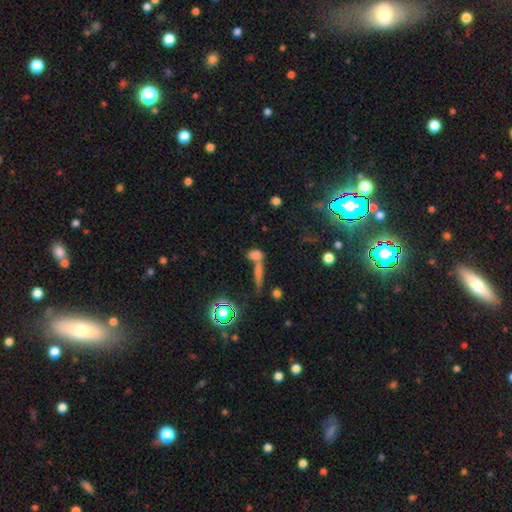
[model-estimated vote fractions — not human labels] Smooth or featured? Predicted: smooth (p=0.63). How rounded? Predicted: in between (p=0.44). Merging? Predicted: merger (p=0.53).